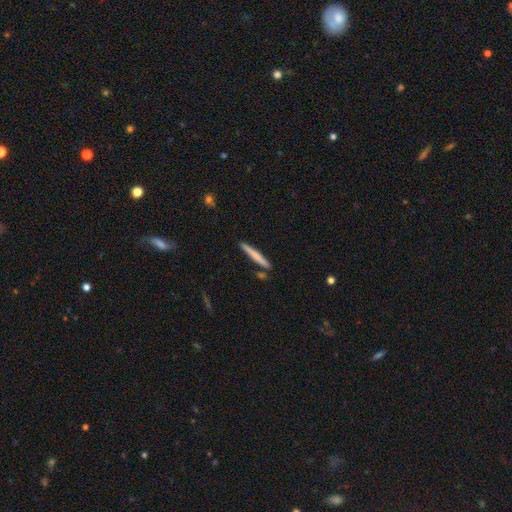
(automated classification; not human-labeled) A smooth galaxy with no disk features (67%) that is cigar-shaped (96%).

Vote fractions:
- Smooth or featured? smooth: 67% / featured or disk: 28% / star or artifact: 5%
- How rounded? cigar-shaped: 96% / in between: 3% / round: 1%
- Merging? none: 87% / minor disturbance: 8% / merger: 4% / major disturbance: 2%